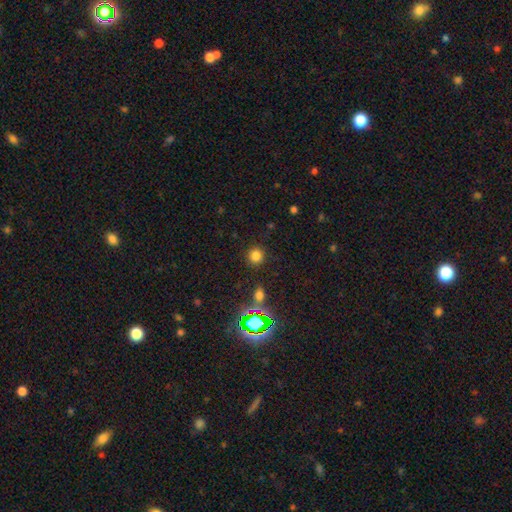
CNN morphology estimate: Smooth or featured? Predicted: smooth (p=0.75). How rounded? Predicted: round (p=0.91). Merging? Predicted: none (p=0.88).